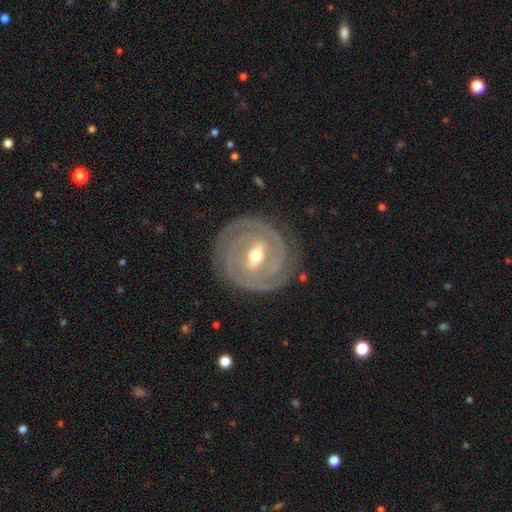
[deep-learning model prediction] Smooth or featured? featured or disk (88%)
Edge-on disk? no (96%)
Bar? strong (51%)
Spiral arms? yes (93%)
Spiral winding? tight (83%)
Spiral arm count? 2 (62%)
Bulge size? moderate (63%)
Merging? none (83%)